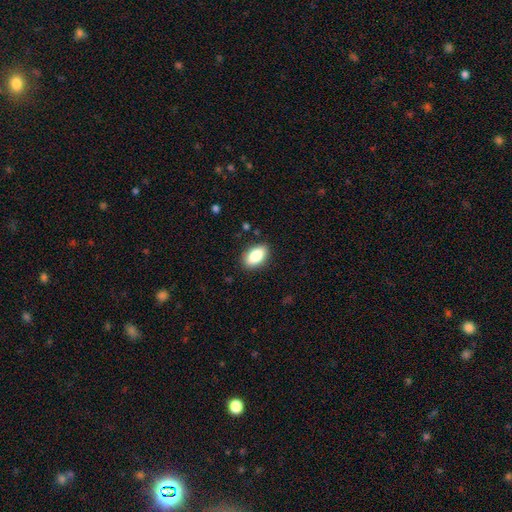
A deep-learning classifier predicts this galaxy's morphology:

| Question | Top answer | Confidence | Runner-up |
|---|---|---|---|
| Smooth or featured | smooth | 82% | featured or disk (10%) |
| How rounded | in between | 90% | round (6%) |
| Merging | none | 87% | minor disturbance (9%) |